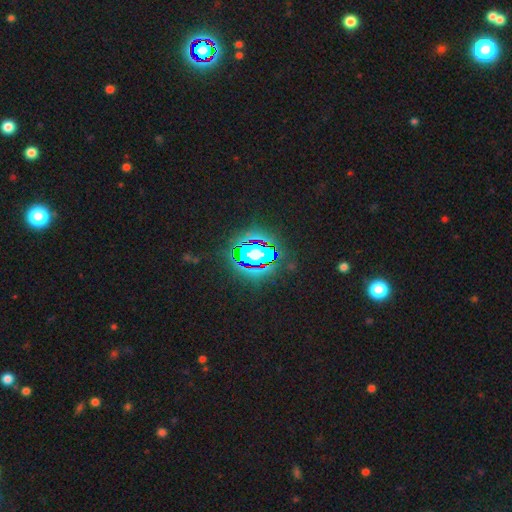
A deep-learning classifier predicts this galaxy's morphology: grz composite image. It shows a star or artifact, not a galaxy (59%).